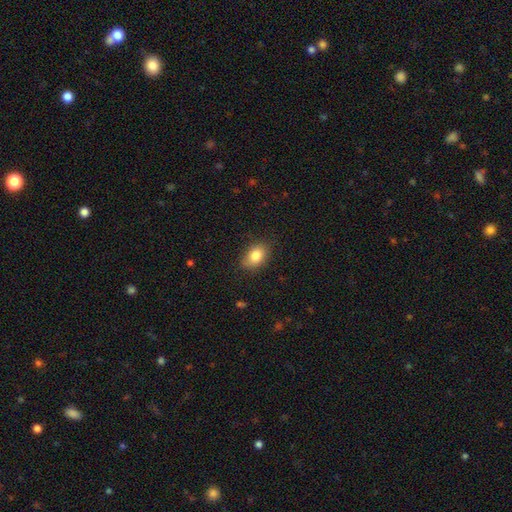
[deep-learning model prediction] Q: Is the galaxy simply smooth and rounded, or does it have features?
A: smooth — 83%.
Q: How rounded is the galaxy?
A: in between — 81%.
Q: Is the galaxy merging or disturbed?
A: none — 80%.